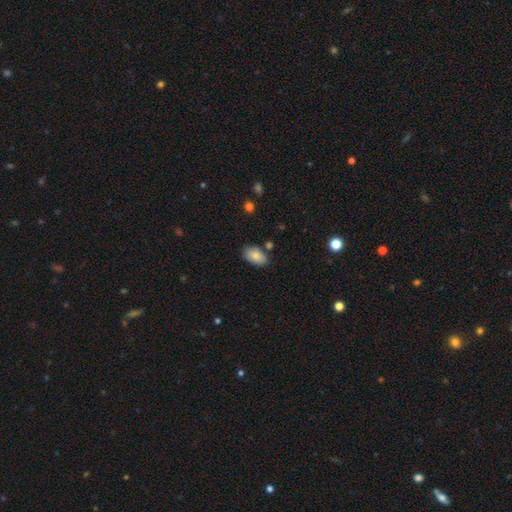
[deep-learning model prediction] This is clearly a smooth galaxy (83%). How rounded: clearly in between (92%). Merging: likely none (79%).